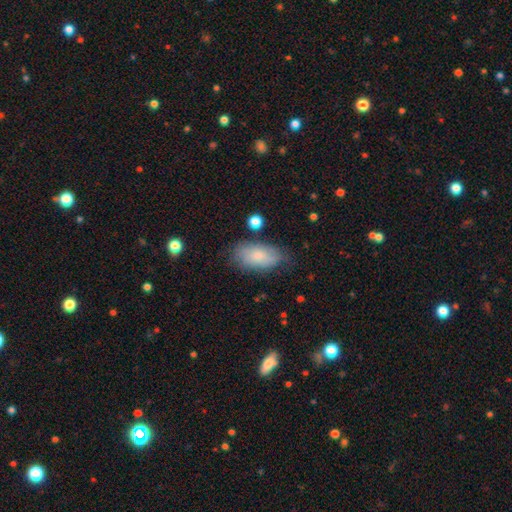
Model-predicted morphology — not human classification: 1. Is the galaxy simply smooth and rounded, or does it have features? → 78% smooth, 16% featured or disk, 7% star or artifact.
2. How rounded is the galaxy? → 93% in between, 4% round, 3% cigar-shaped.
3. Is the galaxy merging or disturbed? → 69% none, 23% minor disturbance, 6% major disturbance, 3% merger.